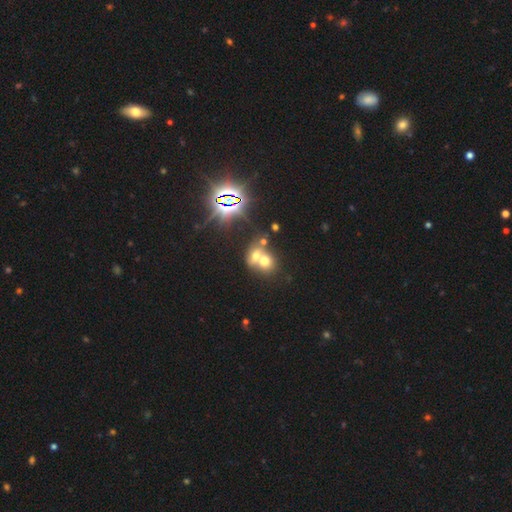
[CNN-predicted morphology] smooth 57%, featured or disk 23%, star or artifact 21%. Down the decision tree: how rounded — round (62%); merging — merger (70%).